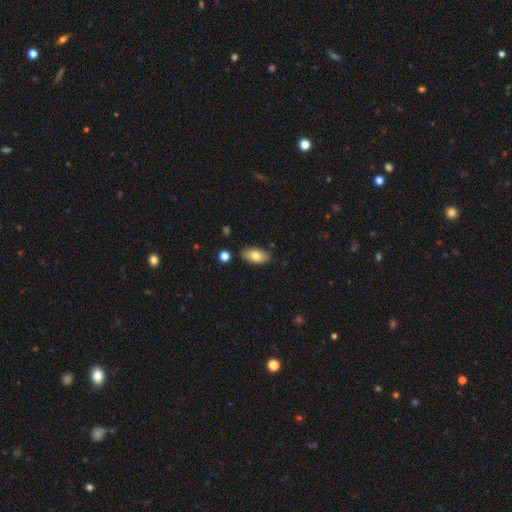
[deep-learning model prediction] smooth-or-featured: smooth: 76% | featured or disk: 17% | star or artifact: 7%
  how-rounded: in between: 93% | round: 4% | cigar-shaped: 3%
  merging: none: 83% | minor disturbance: 12% | merger: 3% | major disturbance: 2%